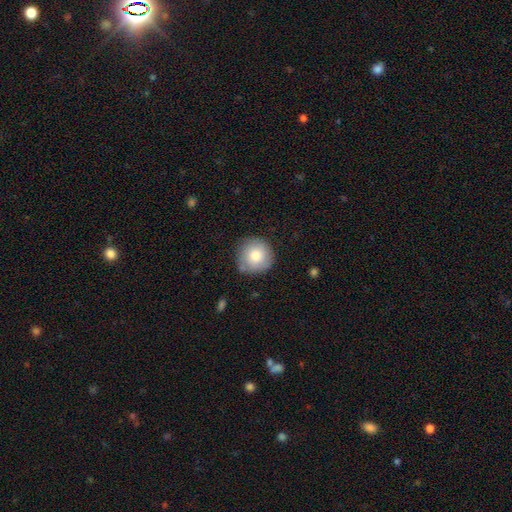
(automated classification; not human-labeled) Morphology: type=smooth (80%); roundness=round (94%); merging=none (79%).